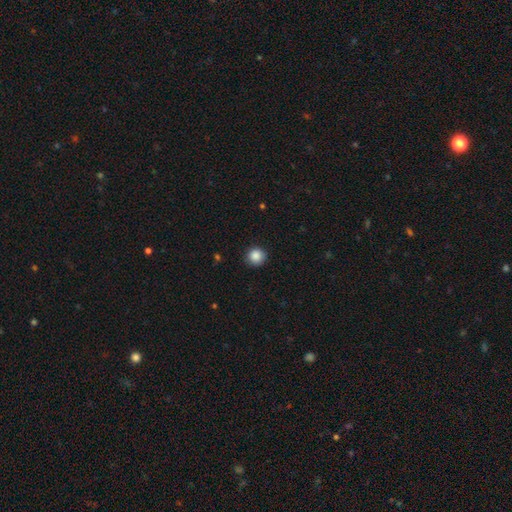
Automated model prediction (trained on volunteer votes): The model was most divided on "smooth or featured": smooth: 87%, star or artifact: 10%, featured or disk: 3%. More confident: how rounded — round (93%); merging — none (89%).